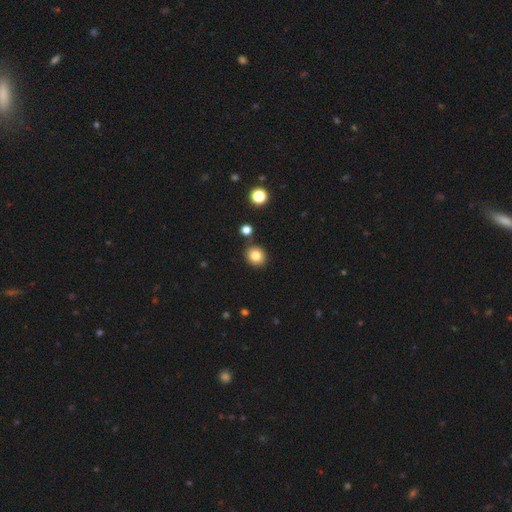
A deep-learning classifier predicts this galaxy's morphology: Overall: smooth (82%). How rounded: round (79%). Merging: none (85%).